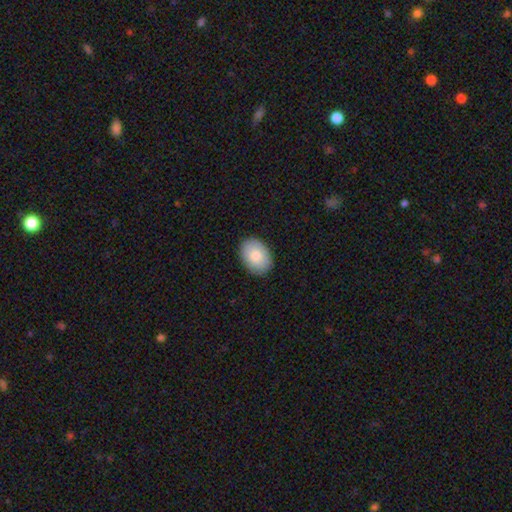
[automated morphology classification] Overall: smooth (82%). How rounded: in between (80%). Merging: none (89%).